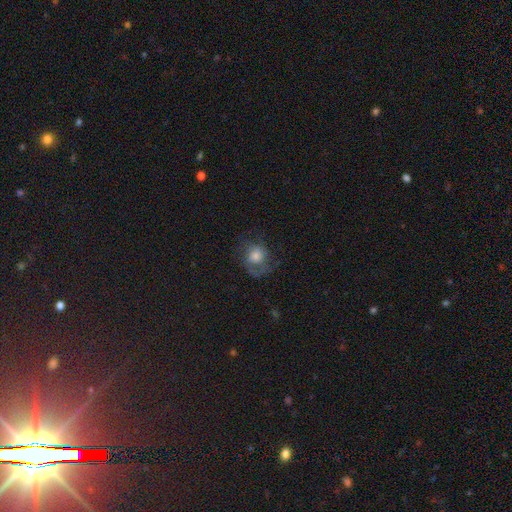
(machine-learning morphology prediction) type=featured or disk (46%); merging=none (56%).